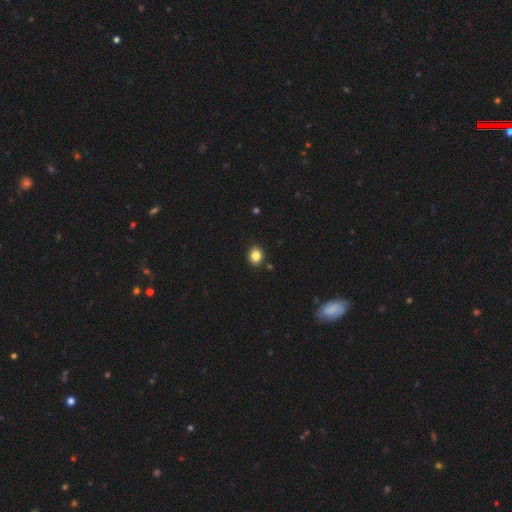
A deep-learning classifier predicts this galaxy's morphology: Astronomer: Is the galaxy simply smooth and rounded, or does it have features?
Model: smooth — 85%.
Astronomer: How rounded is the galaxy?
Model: round — 74%.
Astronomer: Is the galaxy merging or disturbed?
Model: none — 91%.